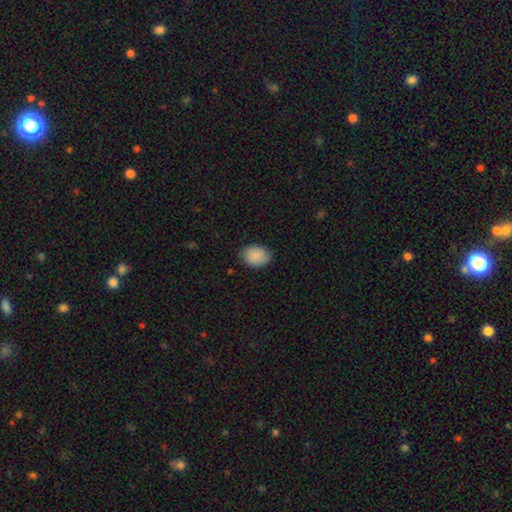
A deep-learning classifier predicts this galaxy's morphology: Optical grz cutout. It shows a smooth galaxy with no disk features (87%) that is in between round and cigar-shaped (70%). Merging: none (79%).